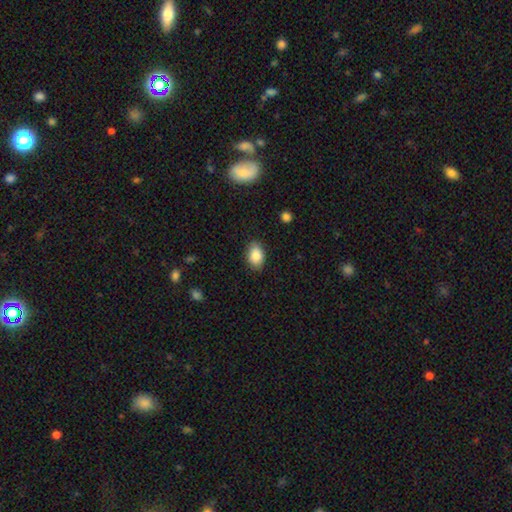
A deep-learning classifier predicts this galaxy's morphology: smooth 86%, star or artifact 8%, featured or disk 6%. Down the decision tree: how rounded — in between (86%); merging — none (85%).